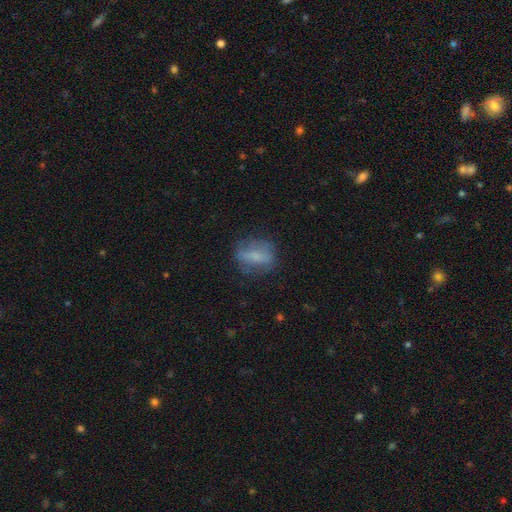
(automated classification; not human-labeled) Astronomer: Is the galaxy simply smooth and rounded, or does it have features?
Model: smooth — 57% (runner-up: featured or disk, 33%).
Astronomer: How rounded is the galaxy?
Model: in between — 65%.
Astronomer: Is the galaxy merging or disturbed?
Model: none — 65%.